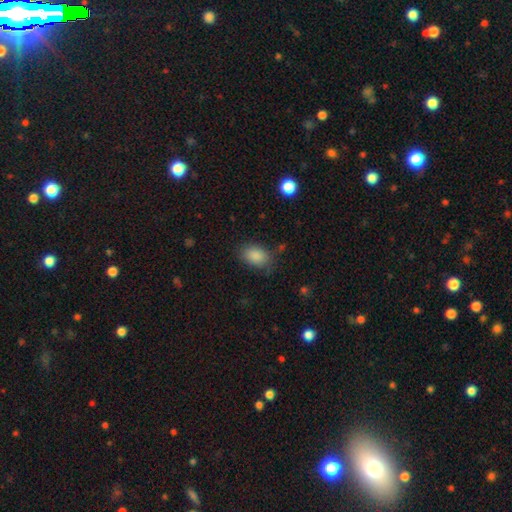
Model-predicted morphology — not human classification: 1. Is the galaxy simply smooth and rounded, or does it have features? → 88% smooth, 8% star or artifact, 4% featured or disk.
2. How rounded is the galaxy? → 85% in between, 14% round, 1% cigar-shaped.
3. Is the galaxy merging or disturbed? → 76% none, 17% minor disturbance, 5% major disturbance, 2% merger.